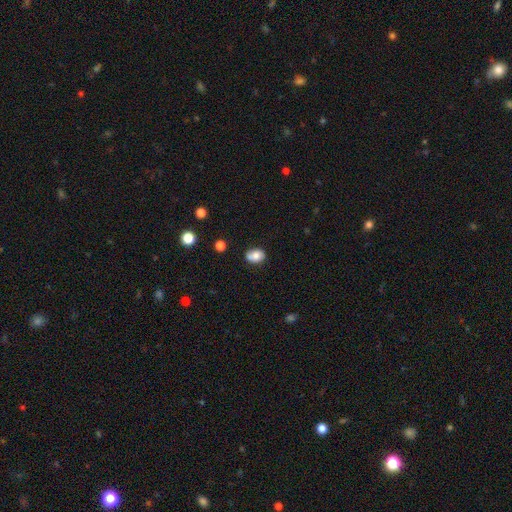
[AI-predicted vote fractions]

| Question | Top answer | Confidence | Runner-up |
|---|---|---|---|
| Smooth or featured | smooth | 72% | featured or disk (18%) |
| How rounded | in between | 63% | round (35%) |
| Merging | none | 63% | minor disturbance (23%) |